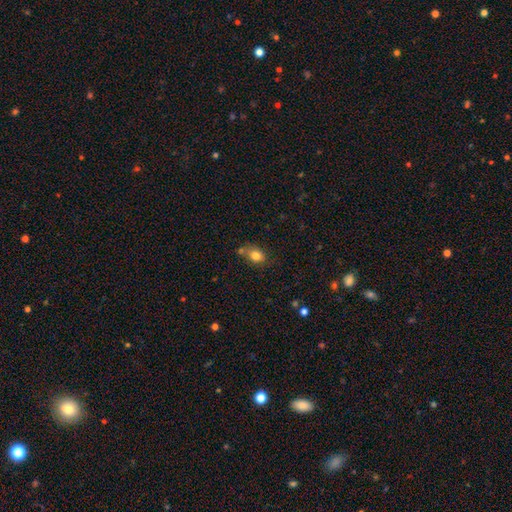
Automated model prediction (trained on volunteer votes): Overall: smooth (81%). How rounded: in between (67%; round 32%). Merging: none (59%).